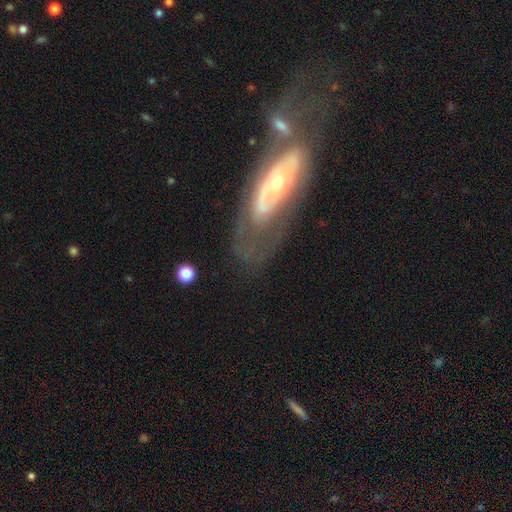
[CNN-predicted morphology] This is likely a featured or disk galaxy (74%). It is clearly not viewed edge-on (84%). Bar: likely no (72%). Spiral arm pattern: possibly no (52%). Central bulge: possibly moderate (50%). Merging: possibly none (53%).